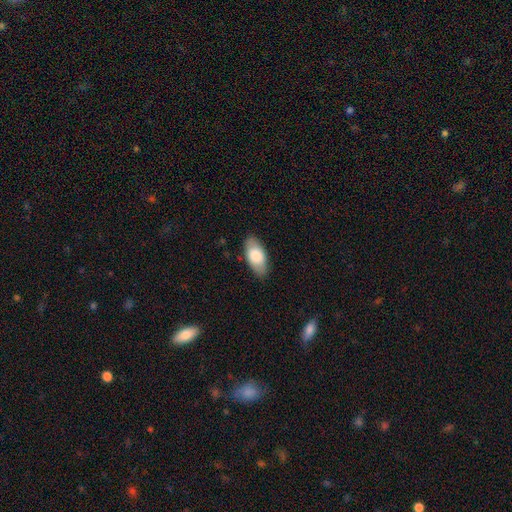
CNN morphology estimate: Smooth or featured: smooth — 79% (featured or disk — 15%)
How rounded: in between — 92% (cigar-shaped — 5%)
Merging: none — 85% (minor disturbance — 11%)